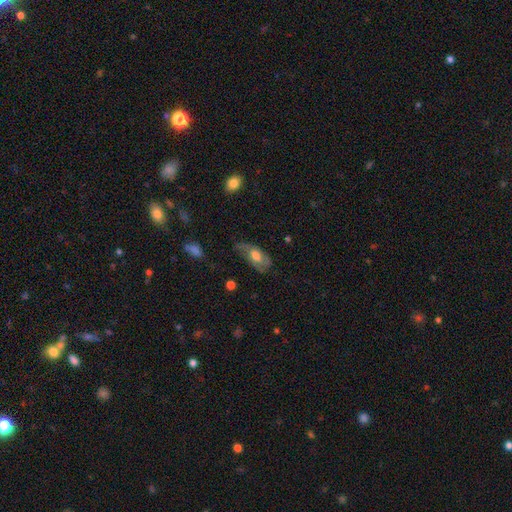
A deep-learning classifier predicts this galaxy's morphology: Overall: smooth (50%; featured or disk 43%). Merging: none (48%; minor disturbance 33%).